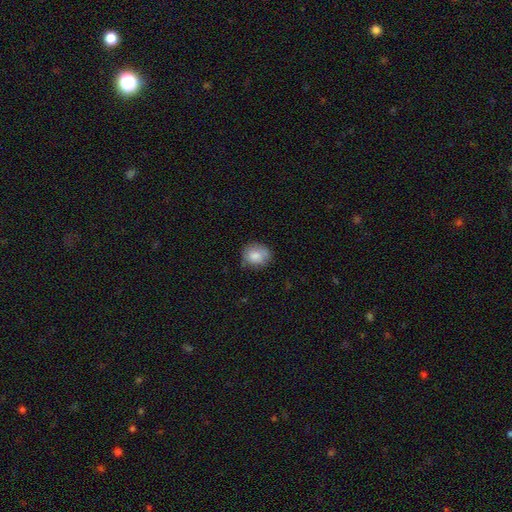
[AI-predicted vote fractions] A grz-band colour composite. It shows a smooth galaxy with no disk features (83%) that is round (62%). Merging: none (71%).